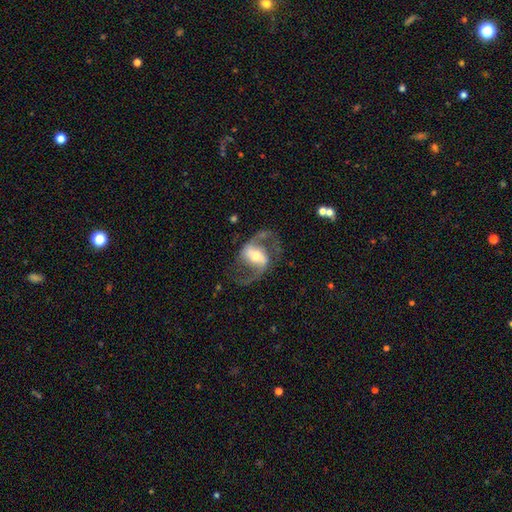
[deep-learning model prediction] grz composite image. It shows a featured or disk galaxy (88%) with a strong bar (45%), 2 (93%) medium (50%) spiral arms (95%) and a moderate central bulge (58%). Merging: none (75%).